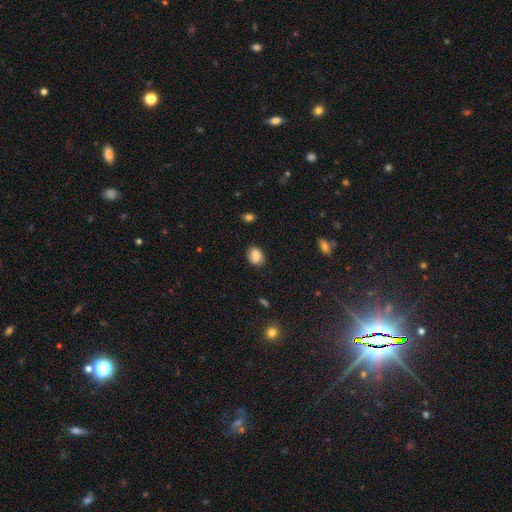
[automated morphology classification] Smooth or featured: smooth — 75% (featured or disk — 16%)
How rounded: in between — 68% (round — 31%)
Merging: none — 80% (minor disturbance — 15%)